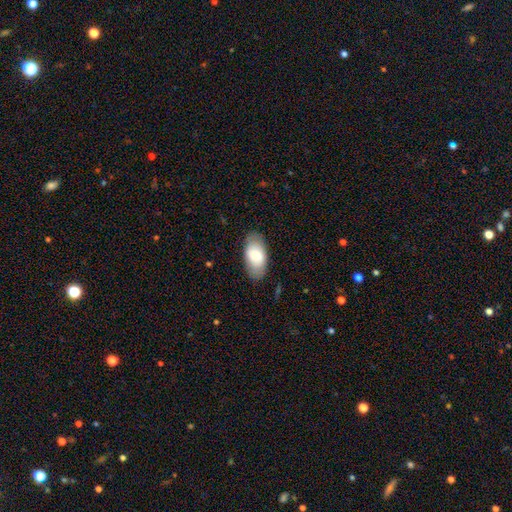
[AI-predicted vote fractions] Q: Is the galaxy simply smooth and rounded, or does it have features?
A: smooth — 75%.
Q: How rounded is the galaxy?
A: in between — 94%.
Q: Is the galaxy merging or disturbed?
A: none — 83%.